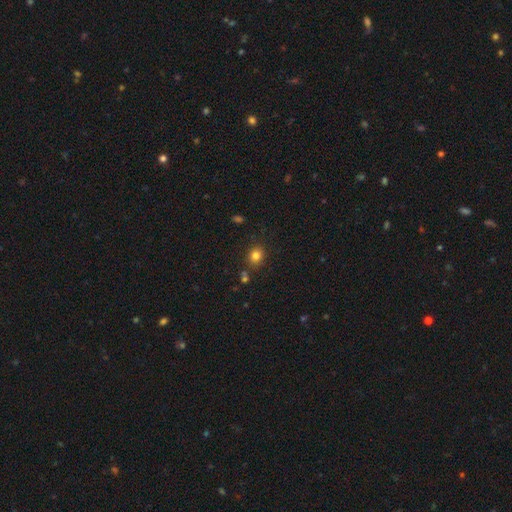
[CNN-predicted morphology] Smooth or featured: smooth — 81% (star or artifact — 13%)
How rounded: round — 75% (in between — 24%)
Merging: none — 82% (minor disturbance — 10%)